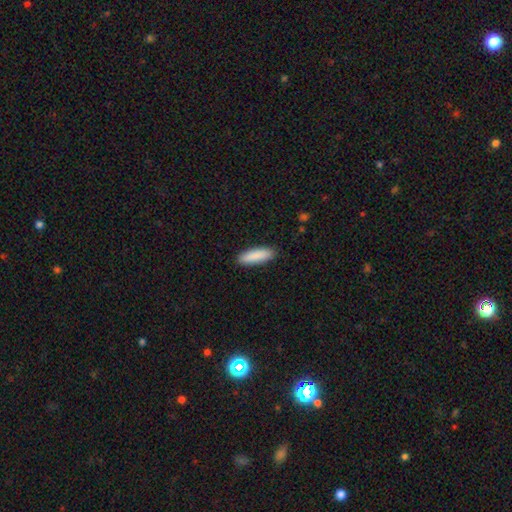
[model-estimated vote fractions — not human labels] Smooth or featured?
  - smooth: 89% *
  - featured or disk: 6%
  - star or artifact: 6%
How rounded?
  - cigar-shaped: 58% *
  - in between: 40%
  - round: 2%
Merging?
  - none: 90% *
  - minor disturbance: 7%
  - major disturbance: 2%
  - merger: 1%